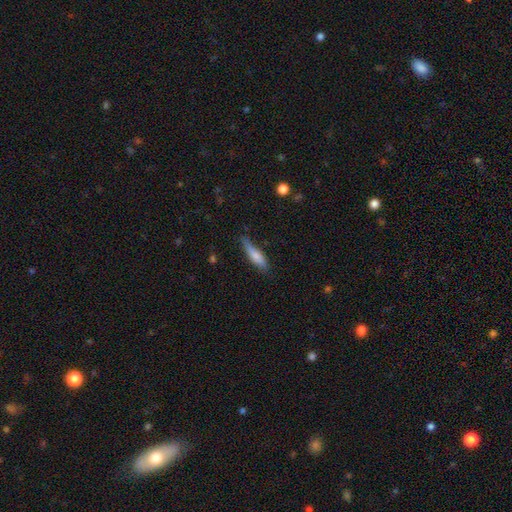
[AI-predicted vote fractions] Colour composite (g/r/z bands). It shows a smooth galaxy with no disk features (74%) that is cigar-shaped (75%). Merging: none (63%).